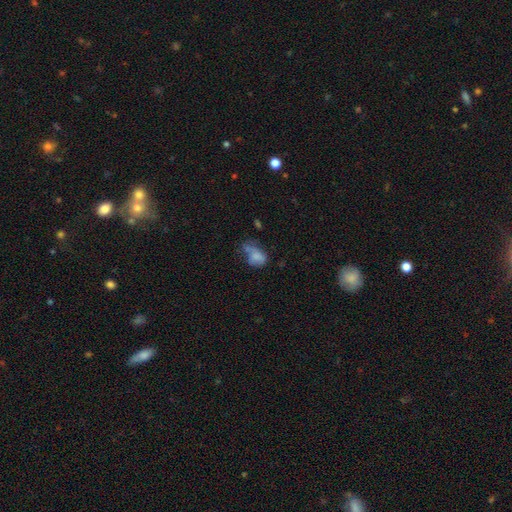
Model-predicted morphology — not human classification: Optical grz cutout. It shows a smooth galaxy with no disk features (72%) that is in between round and cigar-shaped (77%). Merging: minor disturbance (29%).